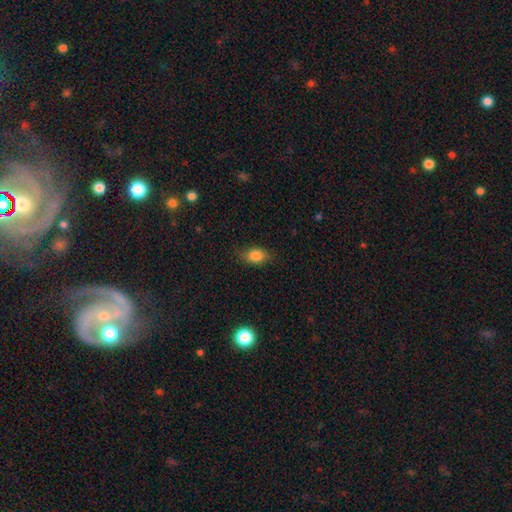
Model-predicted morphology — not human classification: Smooth or featured: smooth — 83% (star or artifact — 9%)
How rounded: in between — 76% (round — 22%)
Merging: none — 78% (minor disturbance — 17%)